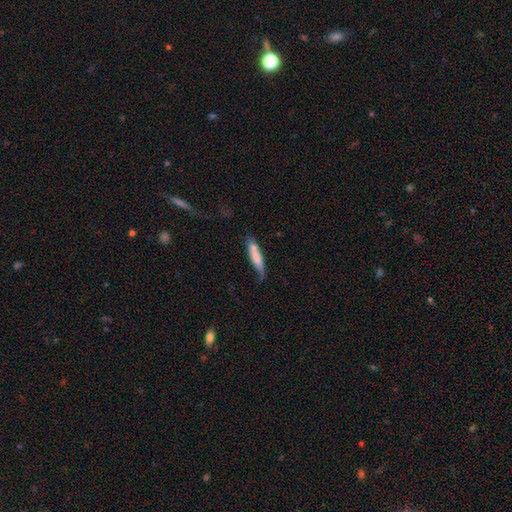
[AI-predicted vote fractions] Smooth or featured? Predicted: smooth (p=0.68). How rounded? Predicted: cigar-shaped (p=0.82). Merging? Predicted: none (p=0.45).